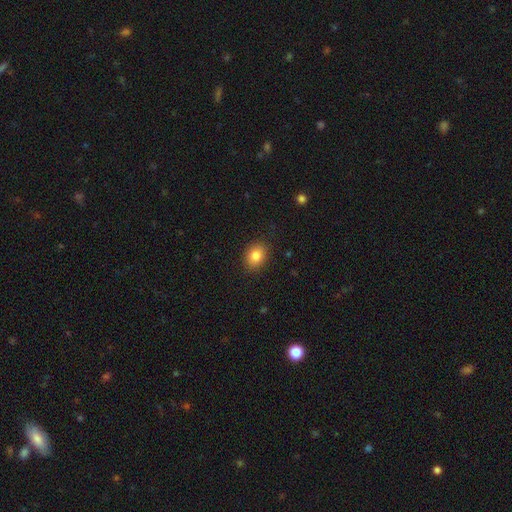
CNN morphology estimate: Smooth or featured?
  - smooth: 83% *
  - star or artifact: 10%
  - featured or disk: 7%
How rounded?
  - in between: 57% *
  - round: 42%
  - cigar-shaped: 1%
Merging?
  - none: 88% *
  - minor disturbance: 9%
  - major disturbance: 2%
  - merger: 1%